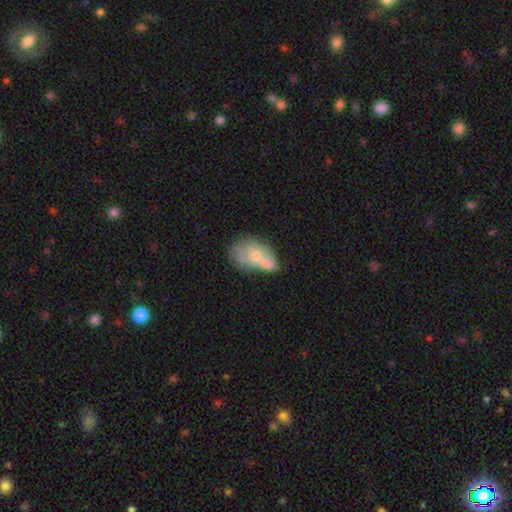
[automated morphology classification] The model was most divided on "smooth or featured": smooth: 56%, featured or disk: 36%, star or artifact: 8%. More confident: how rounded — in between (71%); merging — merger (66%).